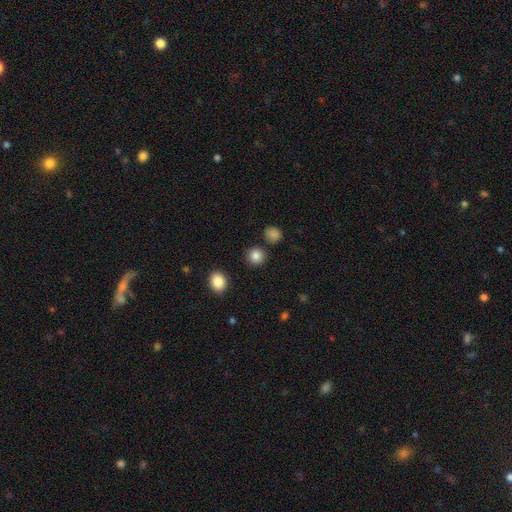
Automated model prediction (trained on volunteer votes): Q: Smooth or featured?
A: smooth (85%); runner-up: star or artifact (11%)
Q: How rounded?
A: round (91%); runner-up: in between (8%)
Q: Merging?
A: none (88%); runner-up: minor disturbance (6%)